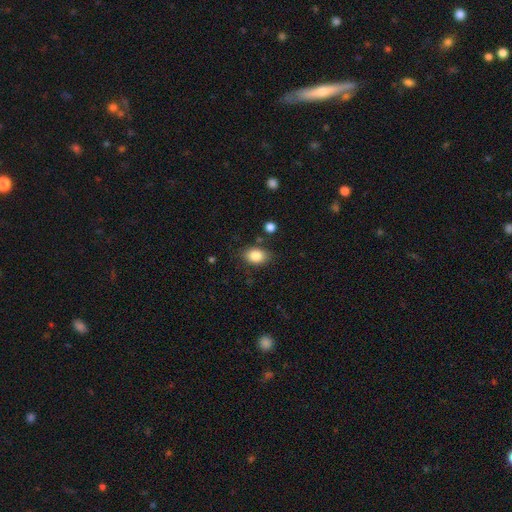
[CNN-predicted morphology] smooth-or-featured: smooth: 85% | star or artifact: 8% | featured or disk: 6%
  how-rounded: in between: 74% | round: 25% | cigar-shaped: 1%
  merging: none: 79% | minor disturbance: 13% | major disturbance: 4% | merger: 4%